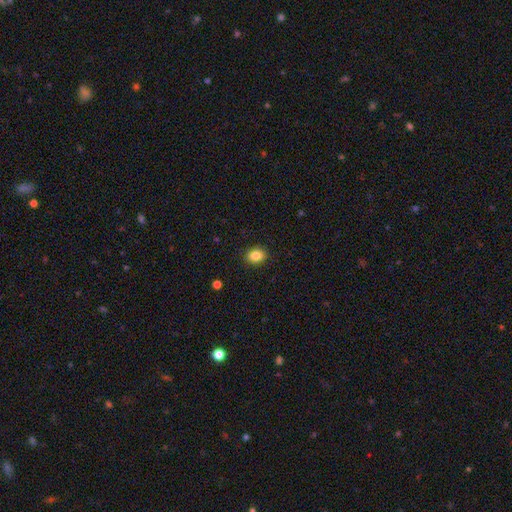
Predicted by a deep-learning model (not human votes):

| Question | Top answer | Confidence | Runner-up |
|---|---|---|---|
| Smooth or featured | smooth | 85% | star or artifact (10%) |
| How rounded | in between | 50% | round (49%) |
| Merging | none | 90% | minor disturbance (7%) |